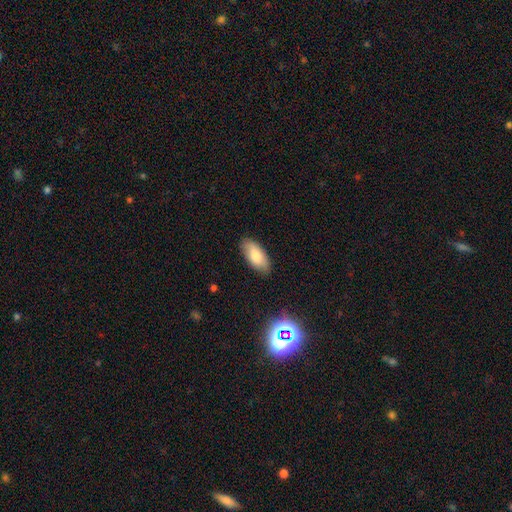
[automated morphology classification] Smooth or featured: smooth — 78% (featured or disk — 15%)
How rounded: in between — 91% (cigar-shaped — 7%)
Merging: none — 86% (minor disturbance — 11%)